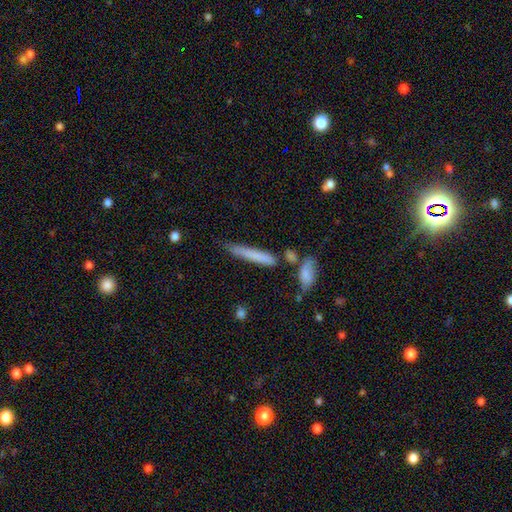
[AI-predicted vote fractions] Smooth or featured? smooth (69%)
How rounded? cigar-shaped (94%)
Merging? none (61%)